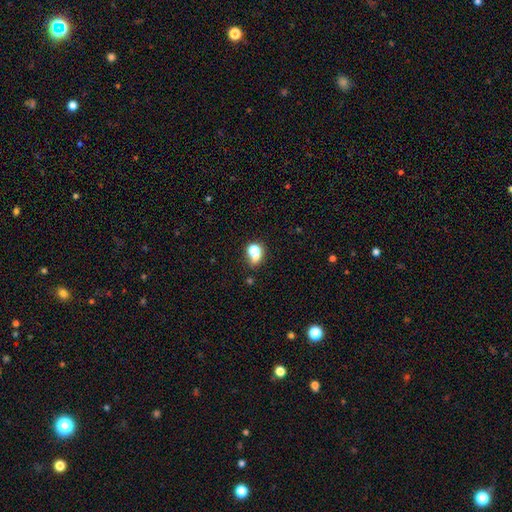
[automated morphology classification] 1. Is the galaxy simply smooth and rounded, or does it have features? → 71% smooth, 16% featured or disk, 13% star or artifact.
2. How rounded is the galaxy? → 53% in between, 44% round, 2% cigar-shaped.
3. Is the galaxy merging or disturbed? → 33% none, 31% merger, 18% major disturbance, 18% minor disturbance.